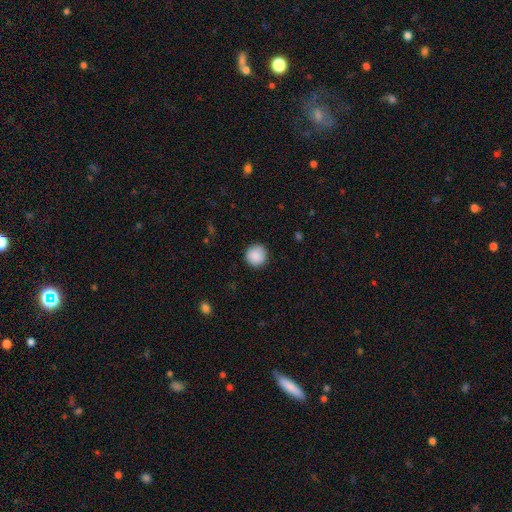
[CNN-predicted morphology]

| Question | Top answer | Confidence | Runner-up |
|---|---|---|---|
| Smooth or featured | smooth | 89% | star or artifact (8%) |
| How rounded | round | 95% | in between (4%) |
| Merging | none | 91% | minor disturbance (6%) |